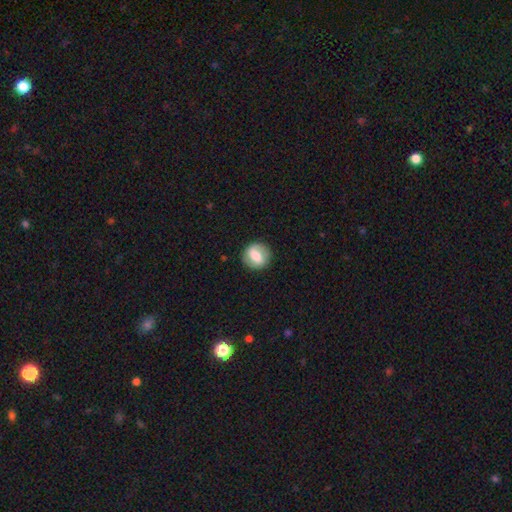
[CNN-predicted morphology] The model was most divided on "smooth or featured": smooth: 52%, featured or disk: 41%, star or artifact: 7%. More confident: merging — none (87%); how rounded — round (82%).